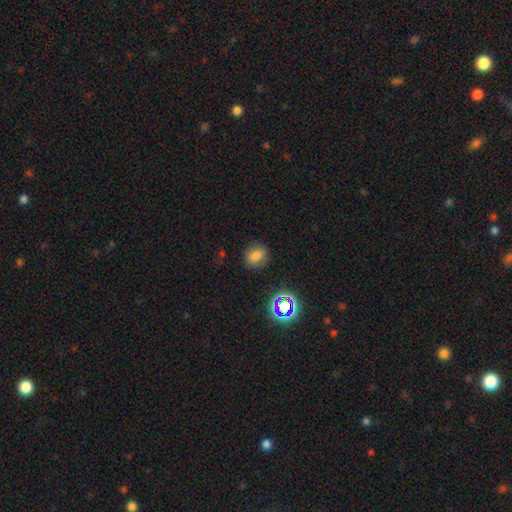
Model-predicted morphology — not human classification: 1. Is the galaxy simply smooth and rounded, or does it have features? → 74% smooth, 17% star or artifact, 8% featured or disk.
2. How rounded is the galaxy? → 59% round, 40% in between, 1% cigar-shaped.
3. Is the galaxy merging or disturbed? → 84% none, 11% minor disturbance, 3% major disturbance, 2% merger.